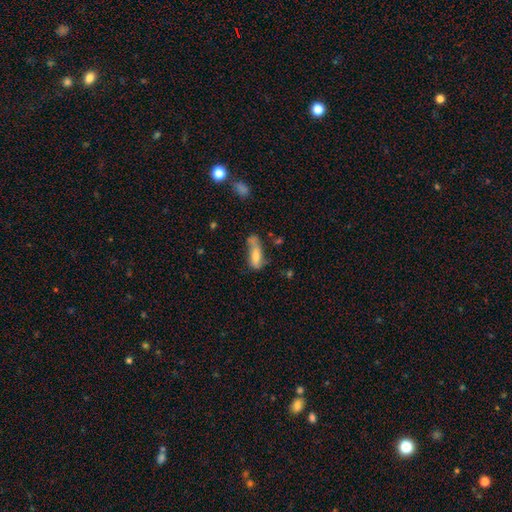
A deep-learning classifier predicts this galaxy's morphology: This appears to be a smooth galaxy with no disk features (63%) that is in between round and cigar-shaped (55%). Merging: none (38%).